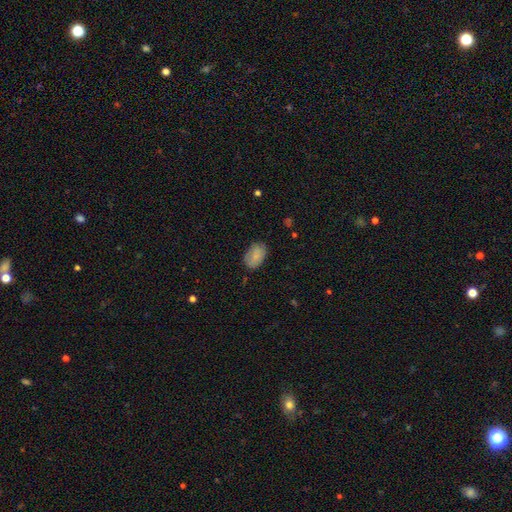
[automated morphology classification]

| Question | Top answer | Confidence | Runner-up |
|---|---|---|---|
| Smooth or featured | smooth | 82% | featured or disk (11%) |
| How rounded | in between | 90% | round (9%) |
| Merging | none | 76% | minor disturbance (19%) |